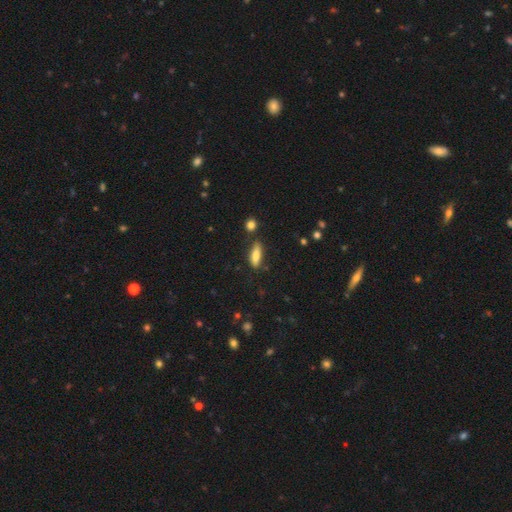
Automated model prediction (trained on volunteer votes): A smooth galaxy with no disk features (80%) that is in between round and cigar-shaped (54%).

Vote fractions:
- Smooth or featured? smooth: 80% / featured or disk: 12% / star or artifact: 7%
- How rounded? in between: 54% / cigar-shaped: 44% / round: 2%
- Merging? none: 74% / minor disturbance: 17% / merger: 5% / major disturbance: 4%